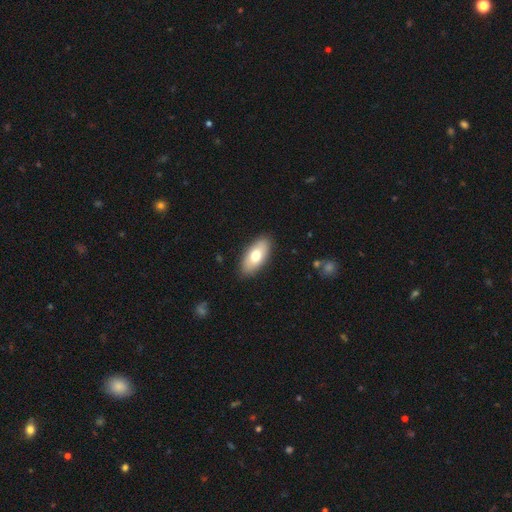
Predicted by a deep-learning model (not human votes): smooth_or_featured: smooth (p=0.73) [alt: featured or disk p=0.21]
how_rounded: in between (p=0.90) [alt: cigar-shaped p=0.08]
merging: none (p=0.87) [alt: minor disturbance p=0.10]